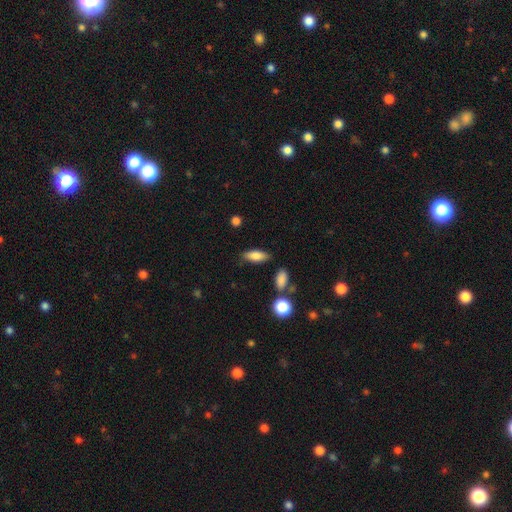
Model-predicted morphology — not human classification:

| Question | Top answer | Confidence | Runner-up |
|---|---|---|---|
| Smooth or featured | smooth | 80% | featured or disk (13%) |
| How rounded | in between | 70% | cigar-shaped (26%) |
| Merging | none | 80% | minor disturbance (13%) |